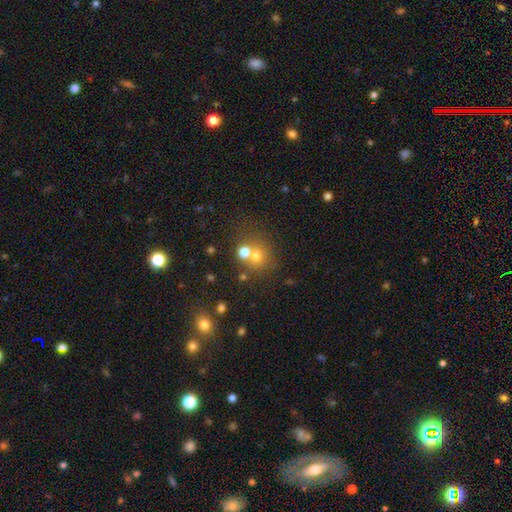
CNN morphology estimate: Q: Smooth or featured?
A: smooth (67%); runner-up: star or artifact (19%)
Q: How rounded?
A: round (84%); runner-up: in between (15%)
Q: Merging?
A: none (54%); runner-up: merger (33%)